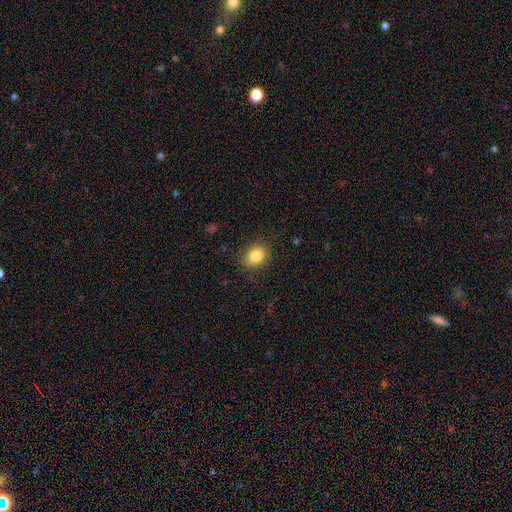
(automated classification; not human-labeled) Smooth or featured?
  - smooth: 84% *
  - star or artifact: 10%
  - featured or disk: 7%
How rounded?
  - in between: 54% *
  - round: 45%
  - cigar-shaped: 1%
Merging?
  - none: 86% *
  - minor disturbance: 11%
  - major disturbance: 3%
  - merger: 1%